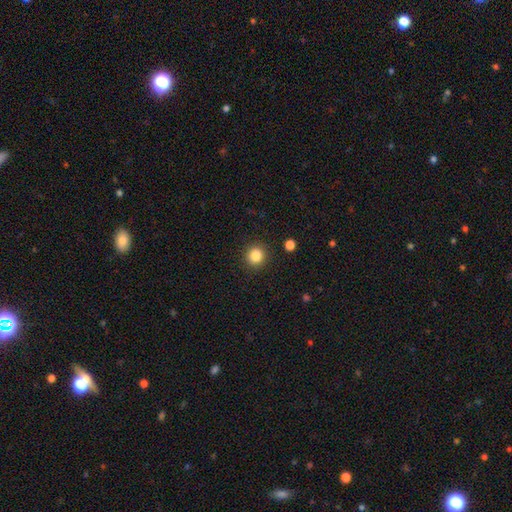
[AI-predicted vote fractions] Smooth or featured? smooth (85%)
How rounded? round (91%)
Merging? none (91%)